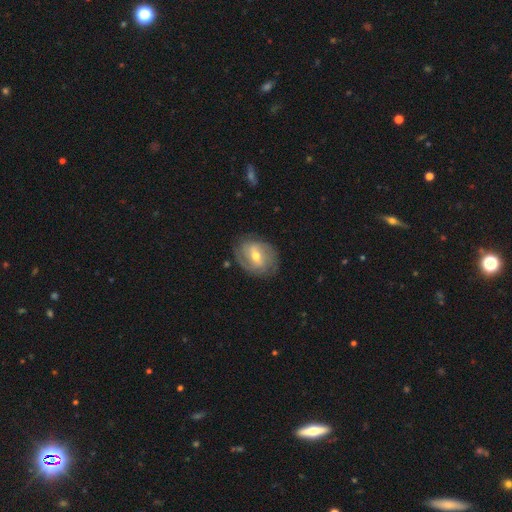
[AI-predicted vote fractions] Morphology: type=featured or disk (75%); edge-on=no (96%); bar=weak (49%); spiral arms=yes (87%); winding=tight (45%); arm count=2 (55%); bulge=moderate (65%); merging=none (77%).